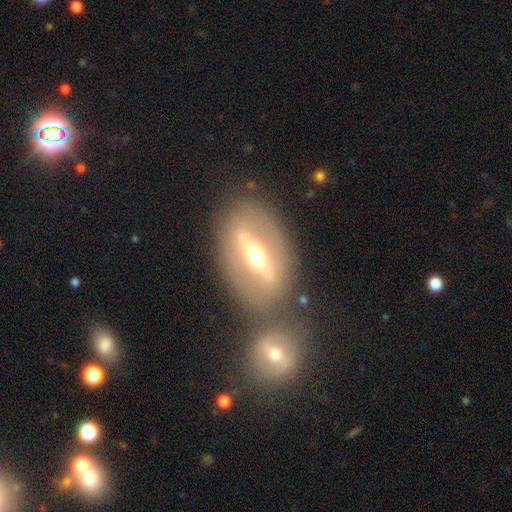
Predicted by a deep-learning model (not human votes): smooth-or-featured: featured or disk: 70% | smooth: 24% | star or artifact: 6%
  disk-edge-on: no: 77% | yes: 23%
    bar: strong: 70% | weak: 19% | no: 11%
    has-spiral-arms: no: 72% | yes: 28%
    bulge-size: moderate: 72% | small: 19% | large: 7% | dominant: 1% | none: 1%
  merging: none: 60% | merger: 23% | minor disturbance: 11% | major disturbance: 5%